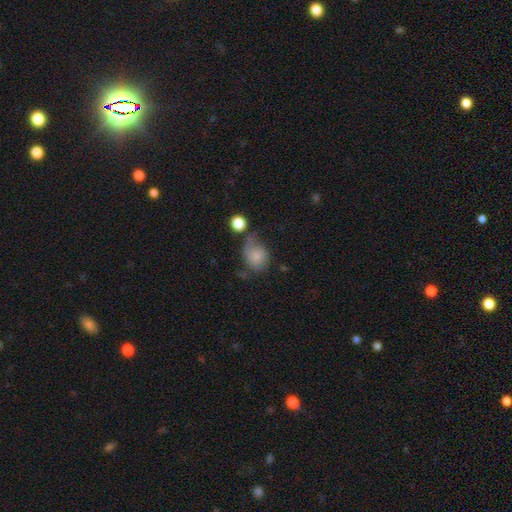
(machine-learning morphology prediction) A smooth galaxy with no disk features (76%) that is in between round and cigar-shaped (50%). Merging: none (36%).